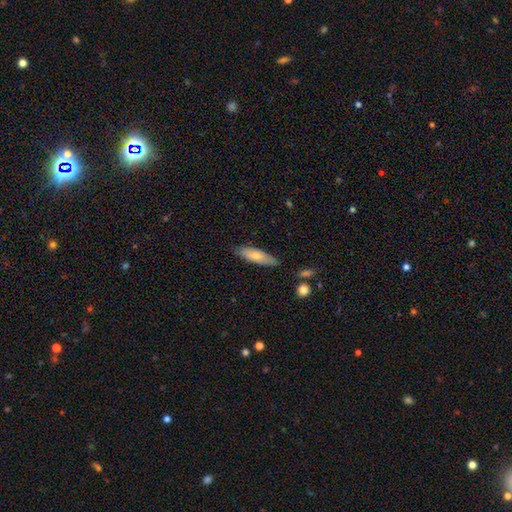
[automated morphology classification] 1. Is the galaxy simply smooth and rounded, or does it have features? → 71% smooth, 23% featured or disk, 6% star or artifact.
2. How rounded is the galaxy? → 52% cigar-shaped, 46% in between, 2% round.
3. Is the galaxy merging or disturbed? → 79% none, 16% minor disturbance, 3% major disturbance, 2% merger.